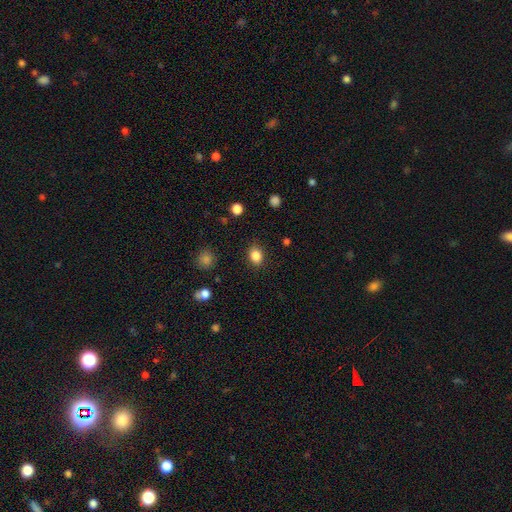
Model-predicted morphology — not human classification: A smooth galaxy with no disk features (85%) that is in between round and cigar-shaped (51%). Merging: none (86%).